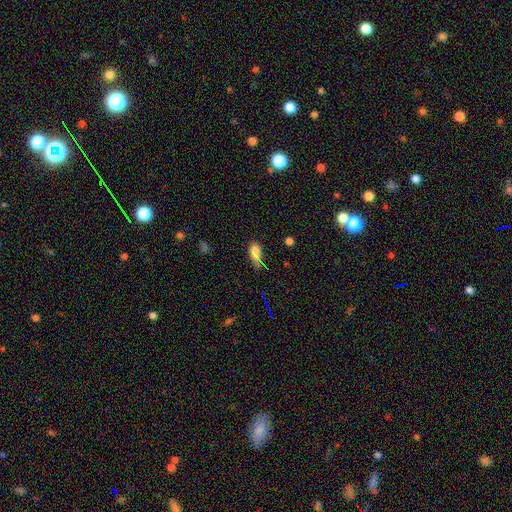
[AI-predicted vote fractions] smooth 64%, star or artifact 23%, featured or disk 13%. Down the decision tree: how rounded — in between (76%); merging — none (53%).